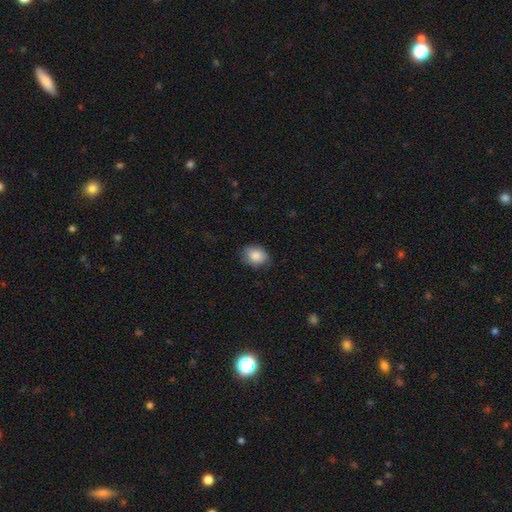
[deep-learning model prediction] Smooth or featured? smooth (85%)
How rounded? in between (64%)
Merging? none (73%)